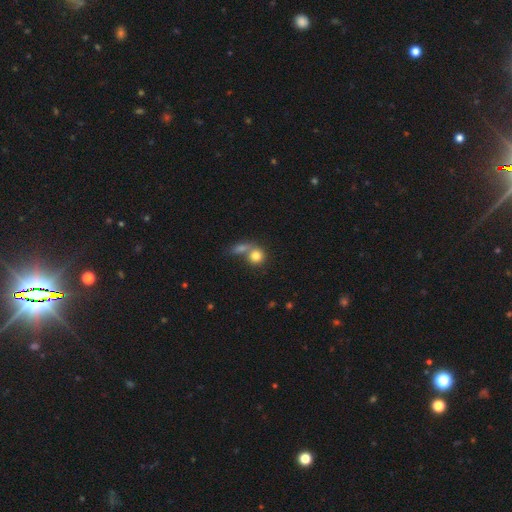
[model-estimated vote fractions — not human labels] smooth 79%, featured or disk 12%, star or artifact 9%. Down the decision tree: how rounded — round (80%); merging — merger (50%).